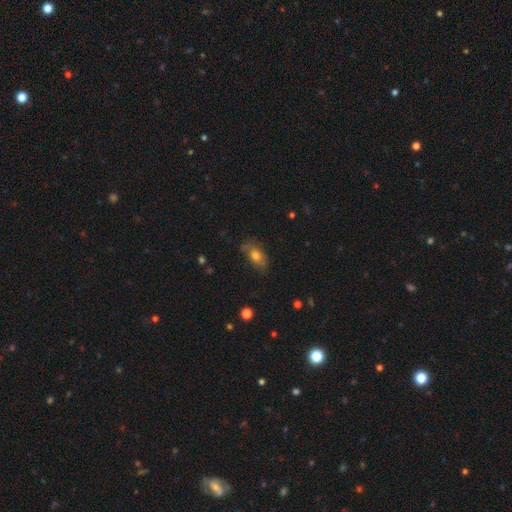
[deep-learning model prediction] smooth_or_featured: smooth (p=0.67) [alt: featured or disk p=0.22]
how_rounded: in between (p=0.83) [alt: round p=0.10]
merging: none (p=0.62) [alt: minor disturbance p=0.27]